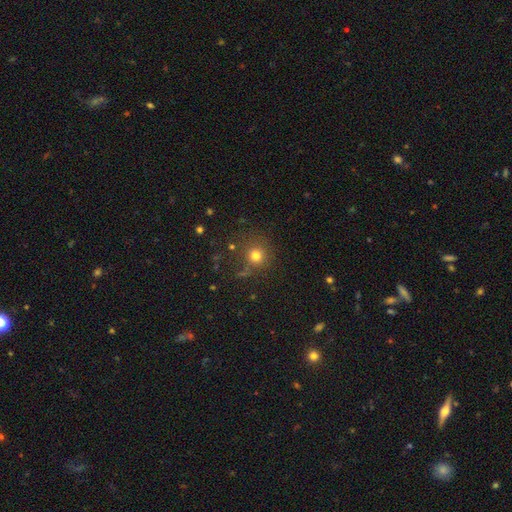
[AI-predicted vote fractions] A smooth galaxy with no disk features (76%) that is round (92%). Merging: none (80%).